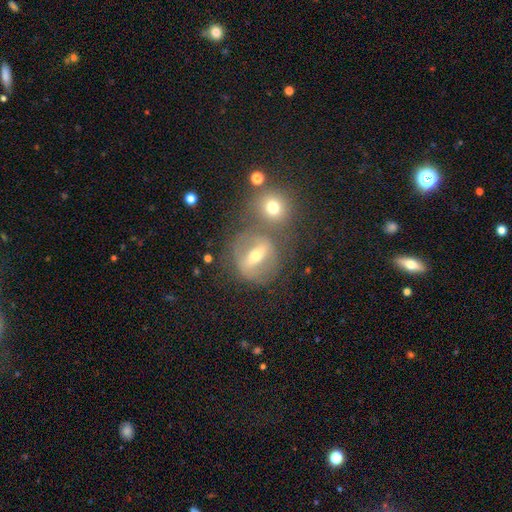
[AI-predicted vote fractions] A featured or disk galaxy (54%). Merging: none (58%).